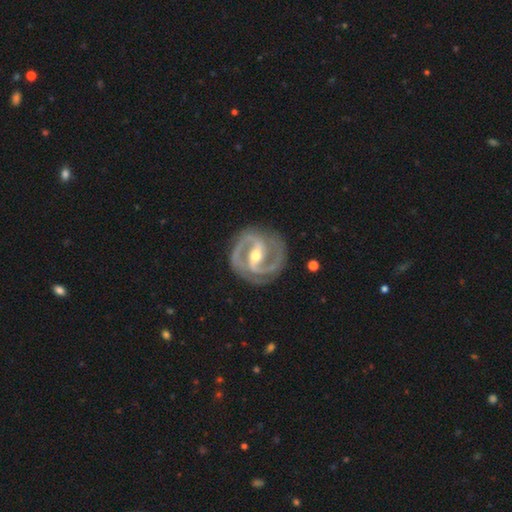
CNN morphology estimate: The model was most divided on "spiral winding": medium: 53%, tight: 40%, loose: 7%. More confident: spiral arms — yes (98%); edge-on disk — no (98%); smooth or featured — featured or disk (93%); spiral arm count — 2 (90%); merging — none (85%); bulge size — moderate (67%); bar — strong (58%).